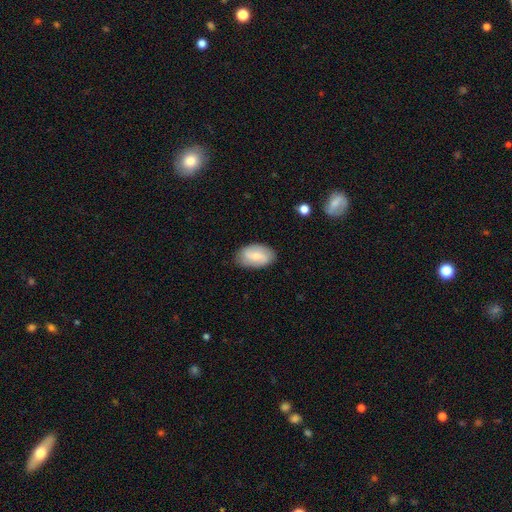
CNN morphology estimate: A smooth galaxy with no disk features (53%) that is in between round and cigar-shaped (93%). Merging: none (82%).